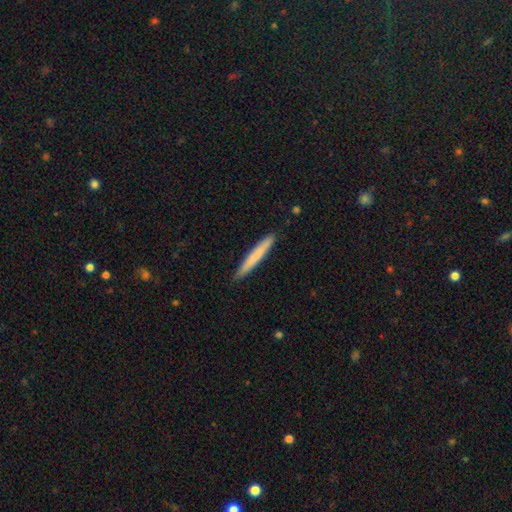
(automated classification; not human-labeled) This appears to be a smooth galaxy with no disk features (74%) that is cigar-shaped (96%). Merging: none (91%).